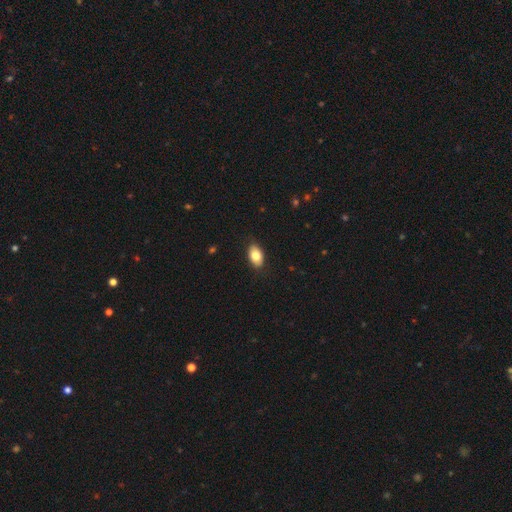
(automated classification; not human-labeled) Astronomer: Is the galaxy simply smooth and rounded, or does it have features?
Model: smooth — 82%.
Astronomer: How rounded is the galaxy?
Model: in between — 91%.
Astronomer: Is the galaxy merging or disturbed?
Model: none — 87%.